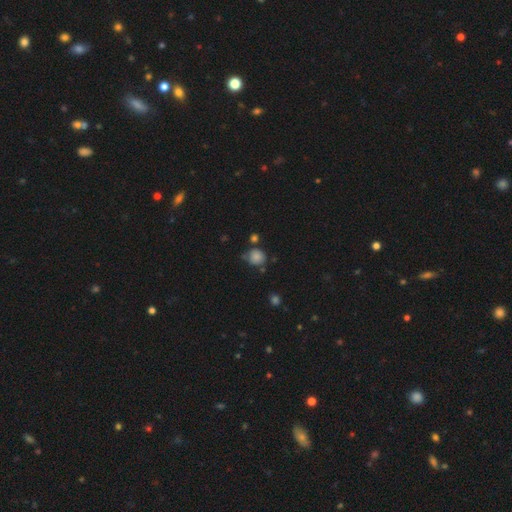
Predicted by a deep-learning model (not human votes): Q: Smooth or featured?
A: smooth (83%); runner-up: star or artifact (11%)
Q: How rounded?
A: round (85%); runner-up: in between (14%)
Q: Merging?
A: none (68%); runner-up: minor disturbance (18%)